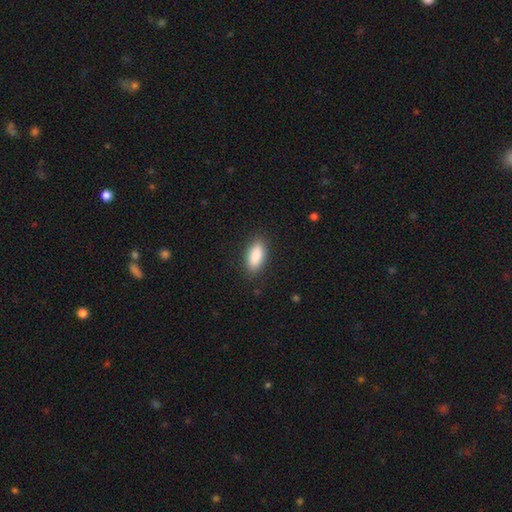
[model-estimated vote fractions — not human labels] Smooth or featured? smooth (89%)
How rounded? in between (85%)
Merging? none (88%)